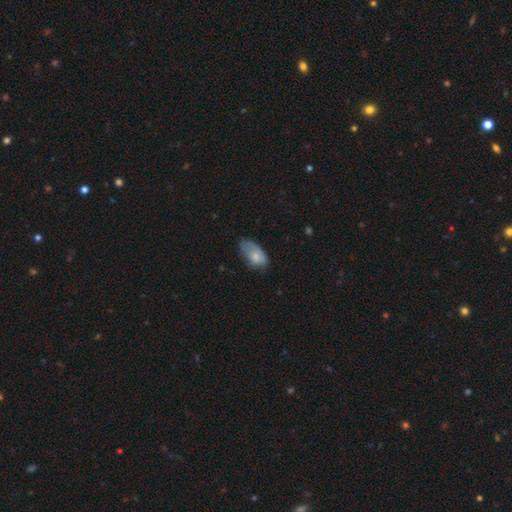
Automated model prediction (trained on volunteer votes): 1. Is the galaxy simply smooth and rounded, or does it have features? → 69% smooth, 23% featured or disk, 8% star or artifact.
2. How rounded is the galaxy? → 92% in between, 5% round, 3% cigar-shaped.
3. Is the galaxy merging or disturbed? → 41% none, 39% minor disturbance, 18% major disturbance, 2% merger.